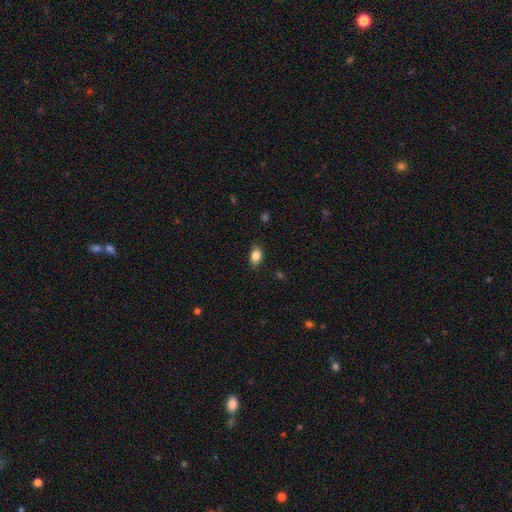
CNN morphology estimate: Smooth or featured: smooth — 86% (star or artifact — 9%)
How rounded: in between — 83% (round — 15%)
Merging: none — 82% (minor disturbance — 14%)